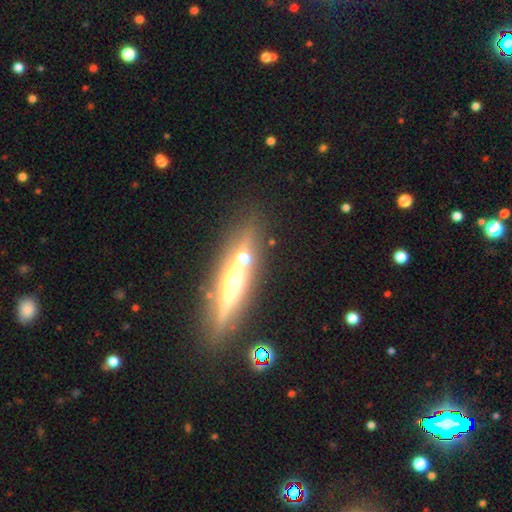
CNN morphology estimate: type=featured or disk (66%); edge-on=yes (89%); edge-on bulge=rounded (61%); merging=none (79%).